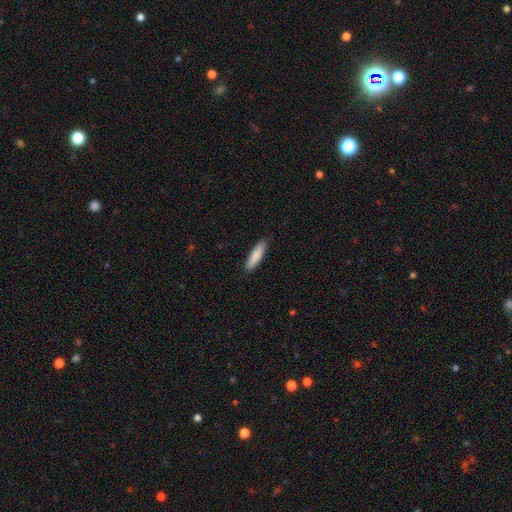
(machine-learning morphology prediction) Overall: smooth (87%). How rounded: cigar-shaped (72%). Merging: none (88%).